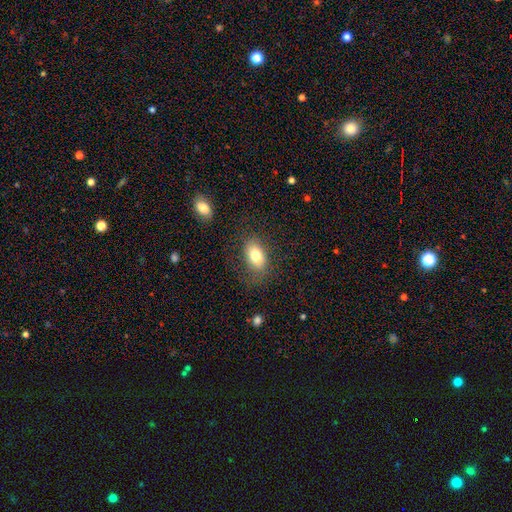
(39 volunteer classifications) Smooth or featured? smooth (85%)
How rounded? in between (91%)
Merging? none (80%)